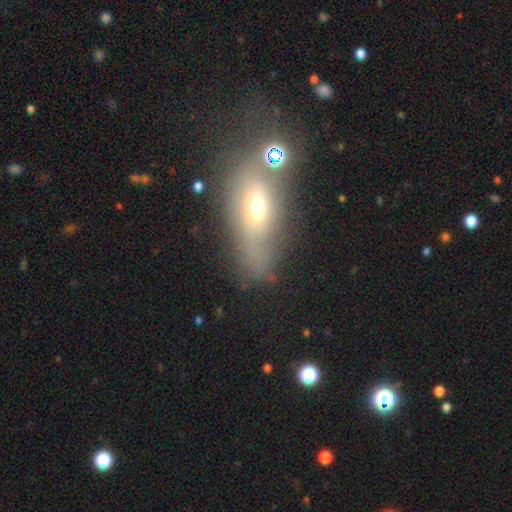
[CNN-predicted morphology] A smooth galaxy with no disk features (51%) that is in between round and cigar-shaped (70%). Merging: none (42%).